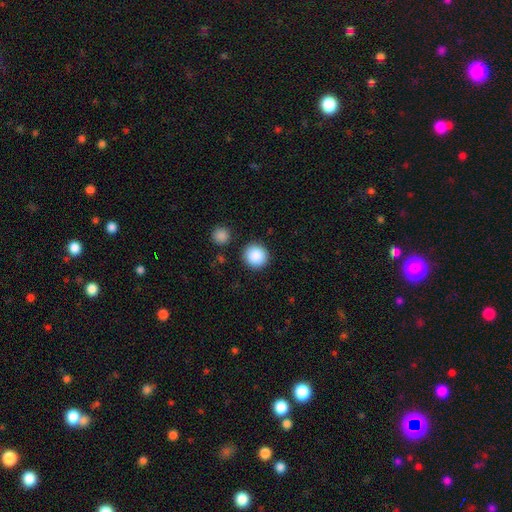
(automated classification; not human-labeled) The model was most divided on "smooth or featured": smooth: 88%, star or artifact: 8%, featured or disk: 3%. More confident: how rounded — round (94%); merging — none (89%).